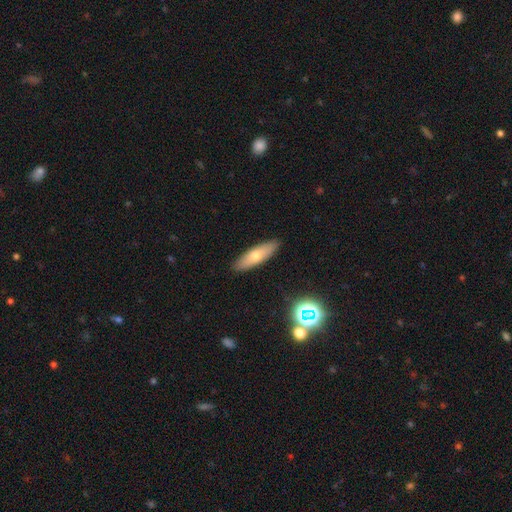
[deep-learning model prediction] Smooth or featured? Predicted: smooth (p=0.64). How rounded? Predicted: cigar-shaped (p=0.54). Merging? Predicted: none (p=0.89).